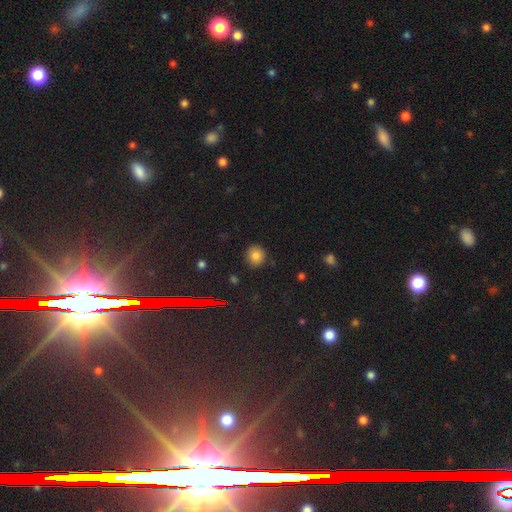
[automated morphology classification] smooth-or-featured: smooth: 78% | star or artifact: 15% | featured or disk: 7%
  how-rounded: round: 85% | in between: 14% | cigar-shaped: 1%
  merging: none: 87% | minor disturbance: 9% | major disturbance: 2% | merger: 2%